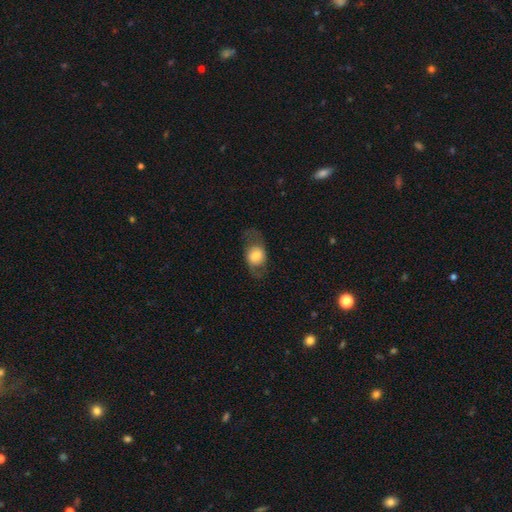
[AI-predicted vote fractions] Overall: smooth (57%; featured or disk 36%). How rounded: in between (59%; round 38%). Merging: none (67%).